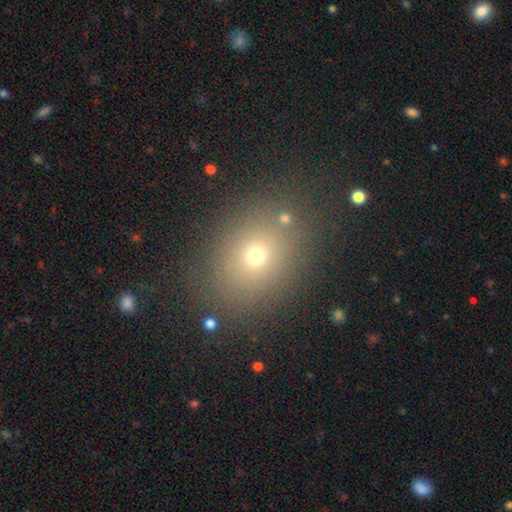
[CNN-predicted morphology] This appears to be a smooth galaxy with no disk features (65%) that is round (51%). Merging: none (83%).